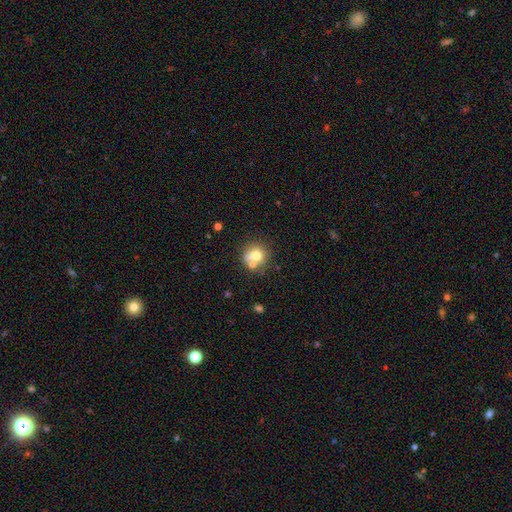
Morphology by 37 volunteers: Smooth or featured?
  - smooth: 68% *
  - featured or disk: 27%
  - star or artifact: 5%
How rounded?
  - round: 92% *
  - in between: 8%
  - cigar-shaped: 0%
Merging?
  - none: 49% *
  - merger: 29%
  - minor disturbance: 17%
  - major disturbance: 6%